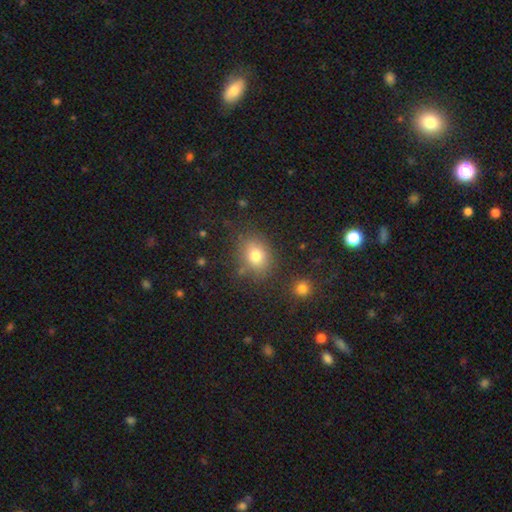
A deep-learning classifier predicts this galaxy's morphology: A smooth galaxy with no disk features (78%) that is in between round and cigar-shaped (52%). Merging: none (79%).